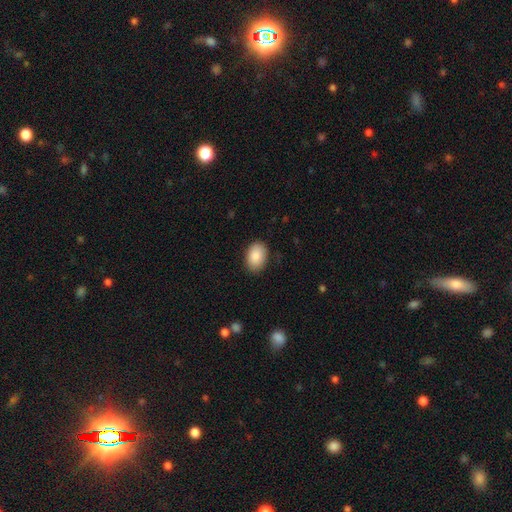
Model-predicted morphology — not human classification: A smooth galaxy with no disk features (89%) that is in between round and cigar-shaped (86%). Merging: none (86%).